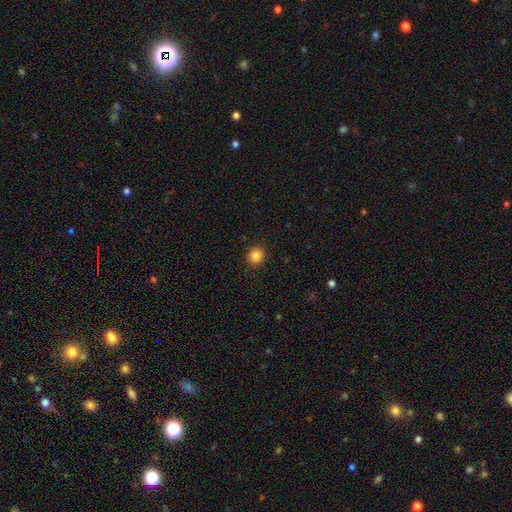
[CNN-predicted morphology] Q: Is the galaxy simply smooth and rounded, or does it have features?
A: smooth — 85%.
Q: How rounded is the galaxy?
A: round — 83%.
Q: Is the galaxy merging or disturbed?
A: none — 90%.